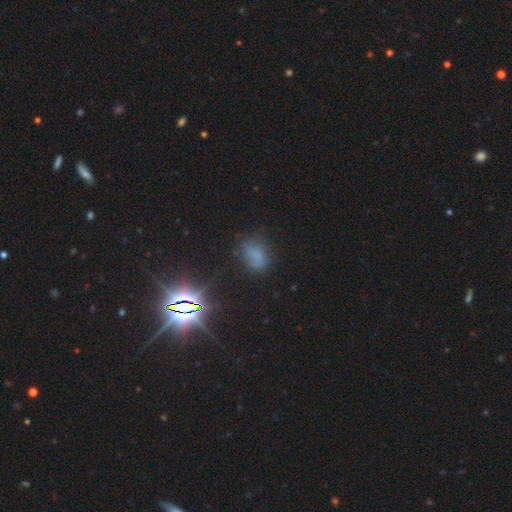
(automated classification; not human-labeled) Smooth or featured? Predicted: smooth (p=0.55). How rounded? Predicted: in between (p=0.77). Merging? Predicted: none (p=0.63).